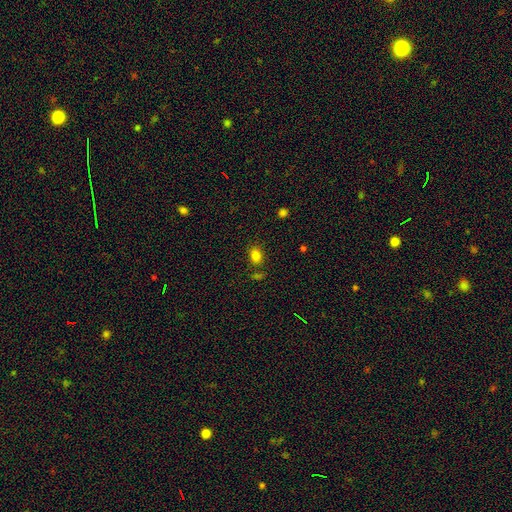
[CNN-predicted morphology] Q: Smooth or featured?
A: smooth (82%); runner-up: star or artifact (13%)
Q: How rounded?
A: in between (69%); runner-up: round (29%)
Q: Merging?
A: none (75%); runner-up: minor disturbance (13%)